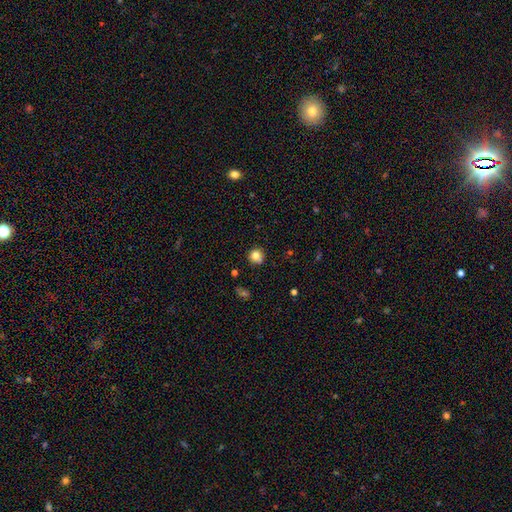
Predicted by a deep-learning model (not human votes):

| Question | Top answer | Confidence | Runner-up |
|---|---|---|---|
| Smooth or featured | smooth | 80% | star or artifact (13%) |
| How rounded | round | 92% | in between (7%) |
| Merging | none | 79% | minor disturbance (13%) |